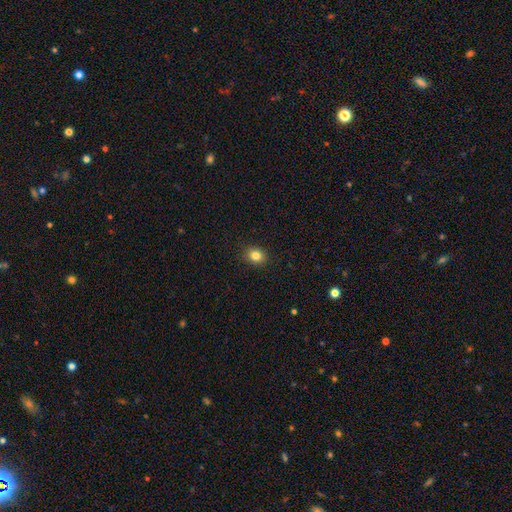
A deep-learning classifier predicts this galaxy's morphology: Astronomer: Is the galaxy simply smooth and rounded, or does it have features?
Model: smooth — 83%.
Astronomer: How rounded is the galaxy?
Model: round — 61% (runner-up: in between, 38%).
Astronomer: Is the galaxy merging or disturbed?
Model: none — 90%.